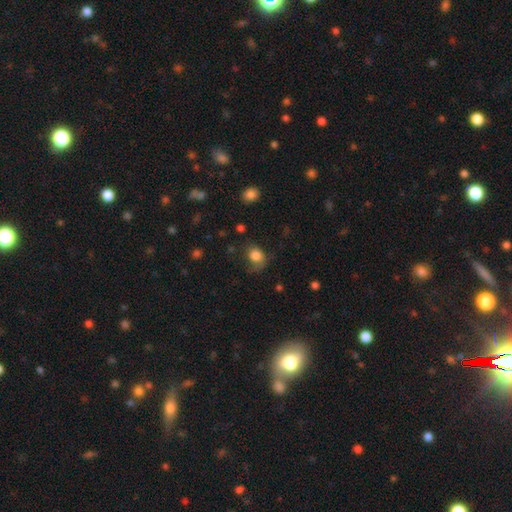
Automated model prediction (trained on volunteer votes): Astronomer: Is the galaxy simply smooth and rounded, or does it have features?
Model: smooth — 81%.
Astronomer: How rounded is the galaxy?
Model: round — 61% (runner-up: in between, 38%).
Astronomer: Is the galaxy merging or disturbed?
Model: none — 49% (runner-up: minor disturbance, 29%).